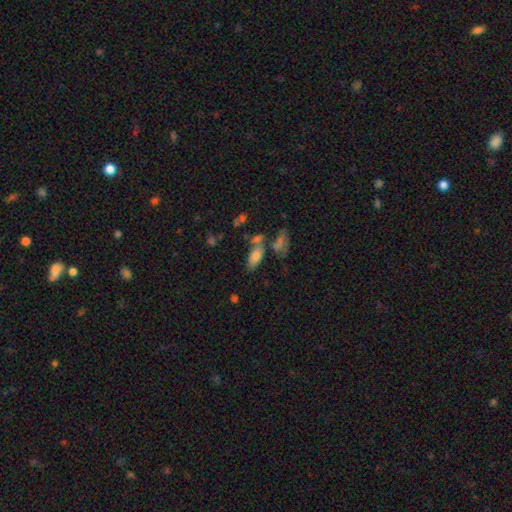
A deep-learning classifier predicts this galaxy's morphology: Q: Smooth or featured?
A: smooth (77%); runner-up: featured or disk (13%)
Q: How rounded?
A: in between (87%); runner-up: cigar-shaped (10%)
Q: Merging?
A: none (48%); runner-up: merger (30%)